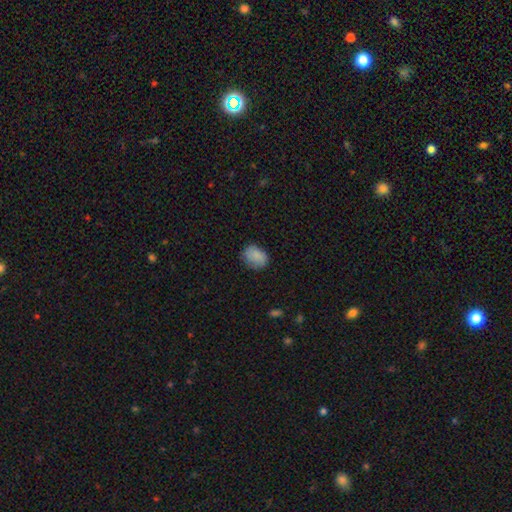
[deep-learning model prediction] smooth 86%, star or artifact 8%, featured or disk 6%. Down the decision tree: how rounded — in between (67%); merging — none (73%).